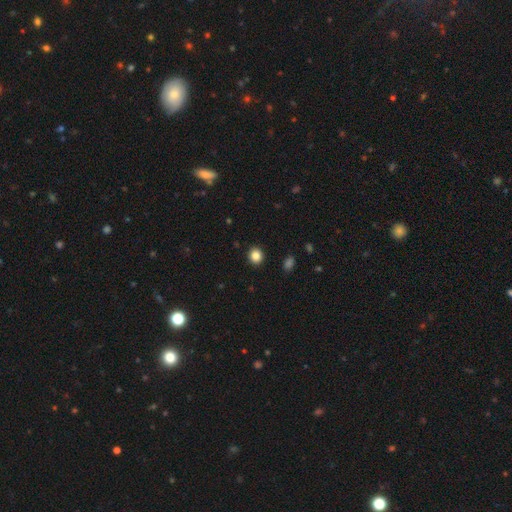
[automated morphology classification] smooth-or-featured: smooth: 85% | star or artifact: 11% | featured or disk: 4%
  how-rounded: round: 84% | in between: 15% | cigar-shaped: 1%
  merging: none: 92% | minor disturbance: 5% | major disturbance: 2% | merger: 1%